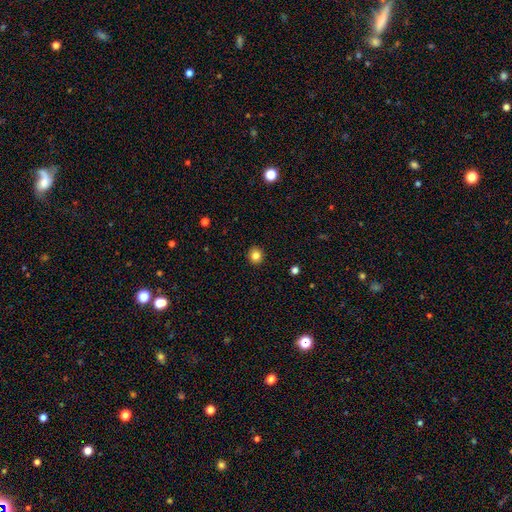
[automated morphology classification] type=smooth (83%); roundness=round (89%); merging=none (92%).